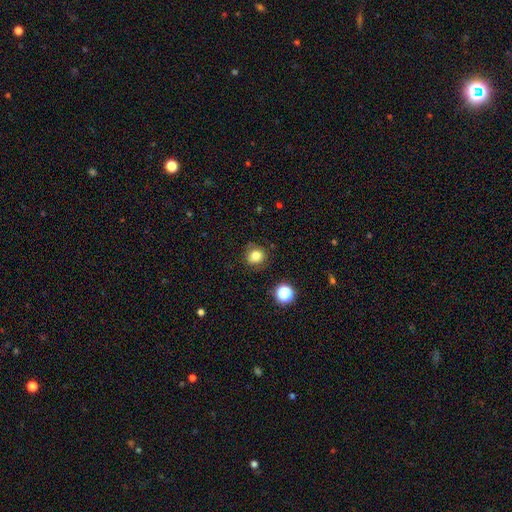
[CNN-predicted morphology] A smooth galaxy with no disk features (80%) that is round (83%).

Vote fractions:
- Smooth or featured? smooth: 80% / star or artifact: 13% / featured or disk: 7%
- How rounded? round: 83% / in between: 16% / cigar-shaped: 1%
- Merging? none: 81% / minor disturbance: 13% / major disturbance: 3% / merger: 2%